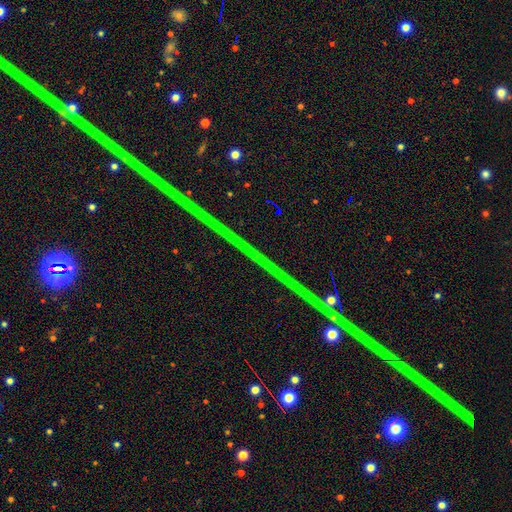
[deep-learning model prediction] Q: Smooth or featured?
A: star or artifact (87%); runner-up: featured or disk (7%)